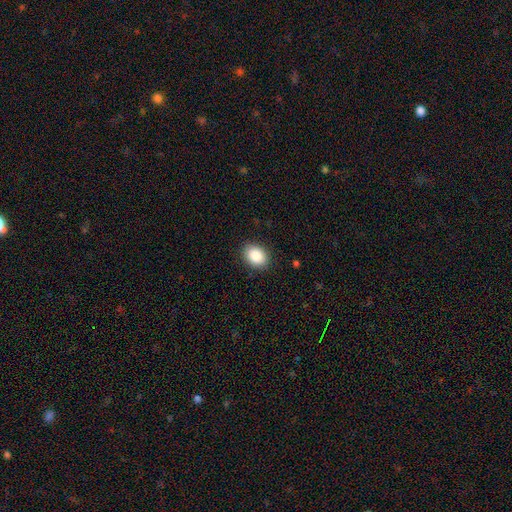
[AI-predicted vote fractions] Smooth or featured? smooth (88%)
How rounded? in between (64%)
Merging? none (89%)